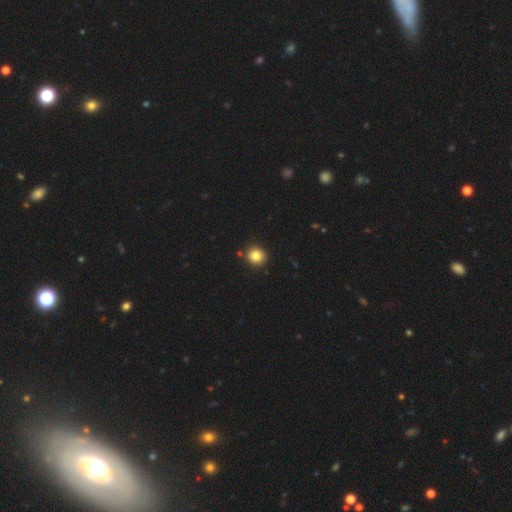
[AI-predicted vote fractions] Smooth or featured? smooth (84%)
How rounded? round (86%)
Merging? none (87%)